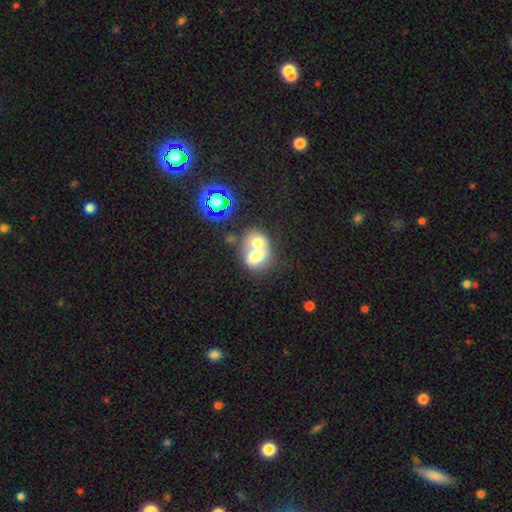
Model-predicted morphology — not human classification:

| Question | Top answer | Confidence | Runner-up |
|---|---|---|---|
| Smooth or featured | smooth | 63% | featured or disk (26%) |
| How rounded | round | 53% | in between (46%) |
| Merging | merger | 74% | none (17%) |